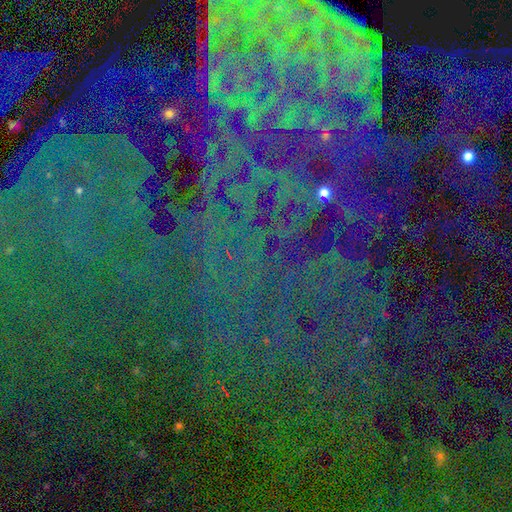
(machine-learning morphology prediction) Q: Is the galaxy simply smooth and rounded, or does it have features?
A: star or artifact — 78%.